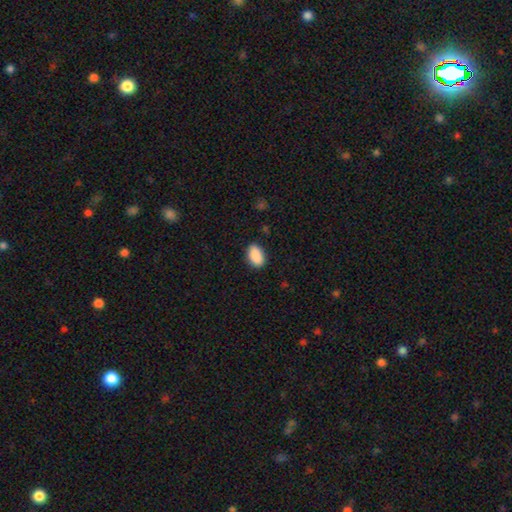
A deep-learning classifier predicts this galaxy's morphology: Smooth or featured? Predicted: smooth (p=0.90). How rounded? Predicted: in between (p=0.92). Merging? Predicted: none (p=0.87).